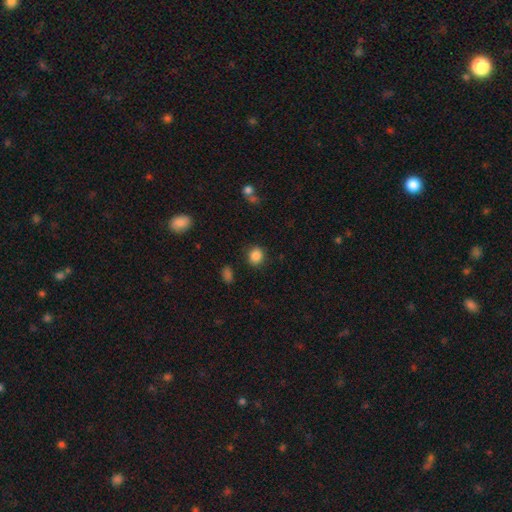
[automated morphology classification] Smooth or featured?
  - smooth: 86% *
  - star or artifact: 10%
  - featured or disk: 4%
How rounded?
  - round: 76% *
  - in between: 23%
  - cigar-shaped: 1%
Merging?
  - none: 87% *
  - minor disturbance: 8%
  - major disturbance: 3%
  - merger: 2%